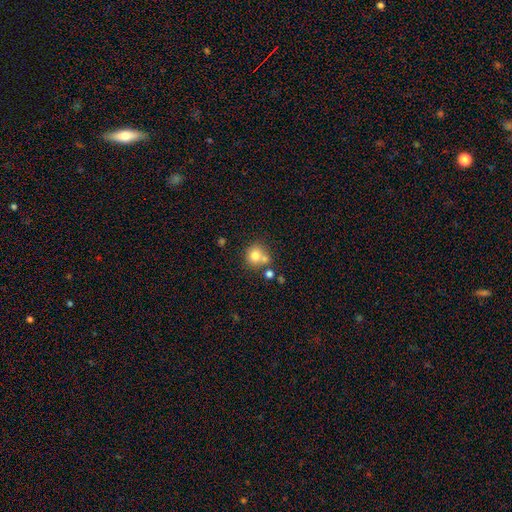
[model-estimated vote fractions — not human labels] The model was most divided on "merging": none: 55%, merger: 31%, minor disturbance: 10%, major disturbance: 4%. More confident: how rounded — round (86%); smooth or featured — smooth (76%).